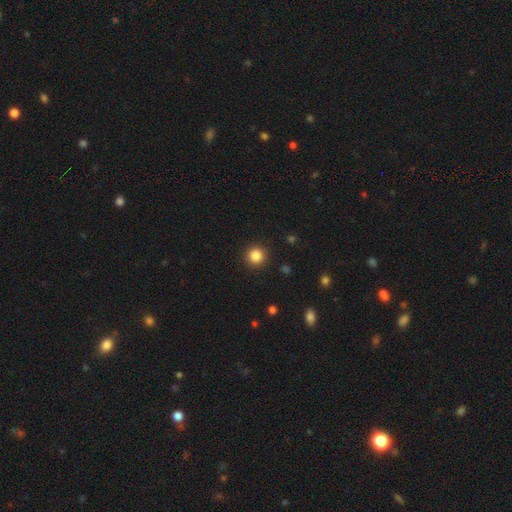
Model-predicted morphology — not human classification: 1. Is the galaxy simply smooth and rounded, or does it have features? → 85% smooth, 11% star or artifact, 4% featured or disk.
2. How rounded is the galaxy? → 95% round, 4% in between, 1% cigar-shaped.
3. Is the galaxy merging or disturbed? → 92% none, 5% minor disturbance, 2% major disturbance, 1% merger.